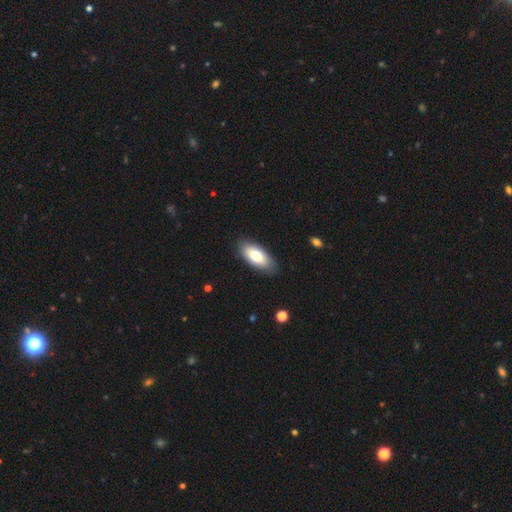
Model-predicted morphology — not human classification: smooth 79%, featured or disk 15%, star or artifact 6%. Down the decision tree: how rounded — in between (89%); merging — none (86%).